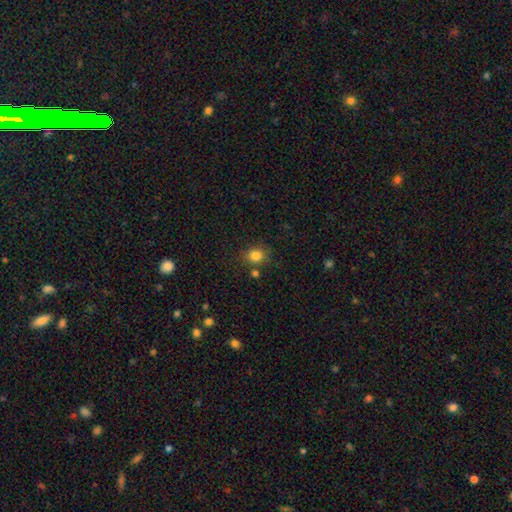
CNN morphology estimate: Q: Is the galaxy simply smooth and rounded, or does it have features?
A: smooth — 83%.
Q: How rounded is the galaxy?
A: round — 75%.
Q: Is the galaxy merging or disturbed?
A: none — 75%.